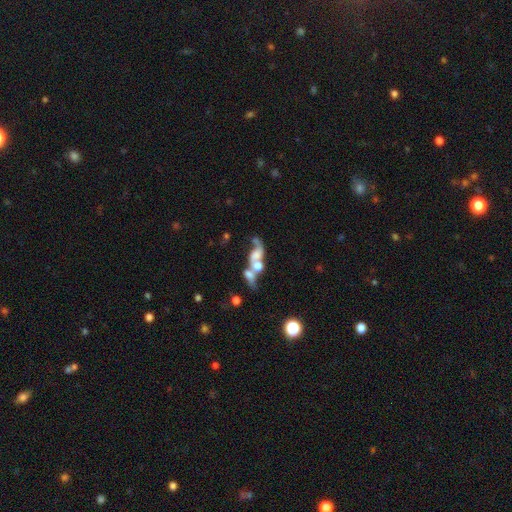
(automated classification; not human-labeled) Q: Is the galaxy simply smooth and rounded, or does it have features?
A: featured or disk — 60%.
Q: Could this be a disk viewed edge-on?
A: no — 90%.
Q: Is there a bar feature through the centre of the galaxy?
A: no — 73%.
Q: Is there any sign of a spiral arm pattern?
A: yes — 63%.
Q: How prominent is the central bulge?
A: moderate — 31%.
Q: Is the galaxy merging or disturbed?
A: merger — 57%.